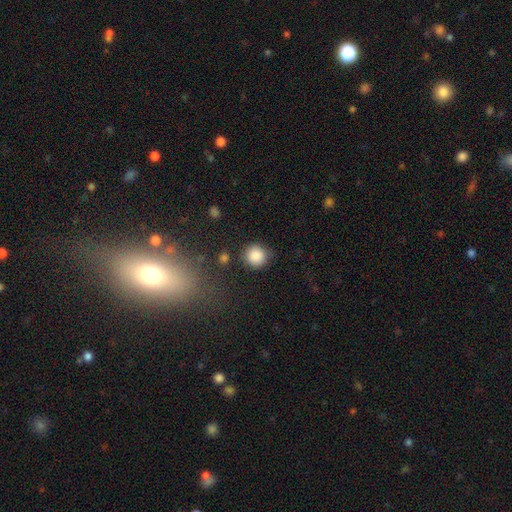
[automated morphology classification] smooth-or-featured: smooth: 87% | star or artifact: 9% | featured or disk: 4%
  how-rounded: round: 92% | in between: 7% | cigar-shaped: 1%
  merging: none: 82% | minor disturbance: 11% | major disturbance: 4% | merger: 3%